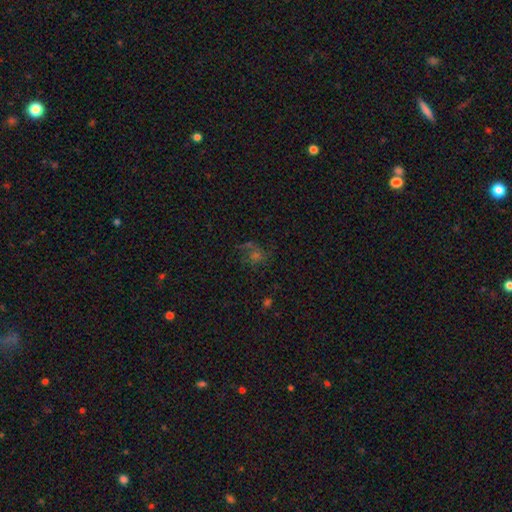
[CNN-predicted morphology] The model was most divided on "smooth or featured": star or artifact: 37%, smooth: 33%, featured or disk: 30%.